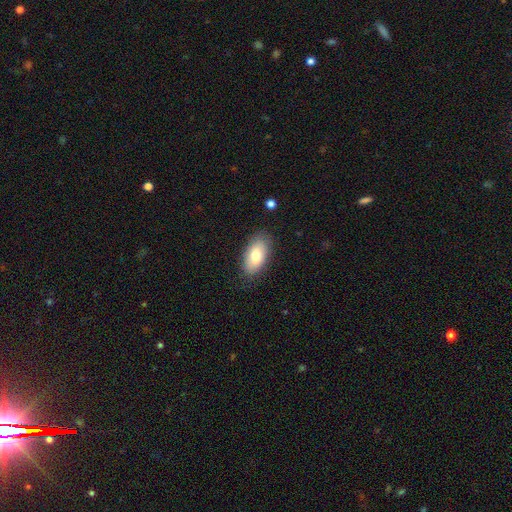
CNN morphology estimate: smooth_or_featured: smooth (p=0.75) [alt: featured or disk p=0.18]
how_rounded: in between (p=0.93) [alt: cigar-shaped p=0.04]
merging: none (p=0.84) [alt: minor disturbance p=0.12]